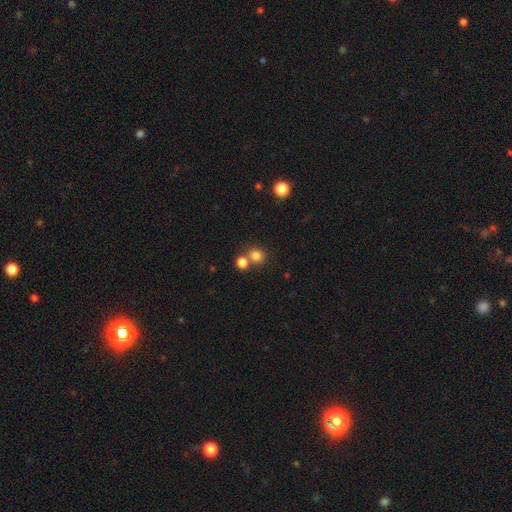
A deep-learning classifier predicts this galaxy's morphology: smooth_or_featured: smooth (p=0.80) [alt: star or artifact p=0.14]
how_rounded: round (p=0.83) [alt: in between p=0.16]
merging: none (p=0.60) [alt: merger p=0.30]